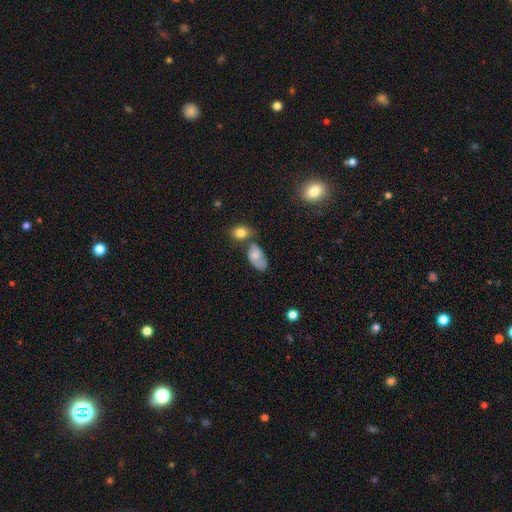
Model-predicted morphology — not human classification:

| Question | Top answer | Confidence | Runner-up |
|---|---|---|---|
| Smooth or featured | smooth | 74% | featured or disk (18%) |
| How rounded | in between | 92% | round (6%) |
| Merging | none | 38% | minor disturbance (26%) |